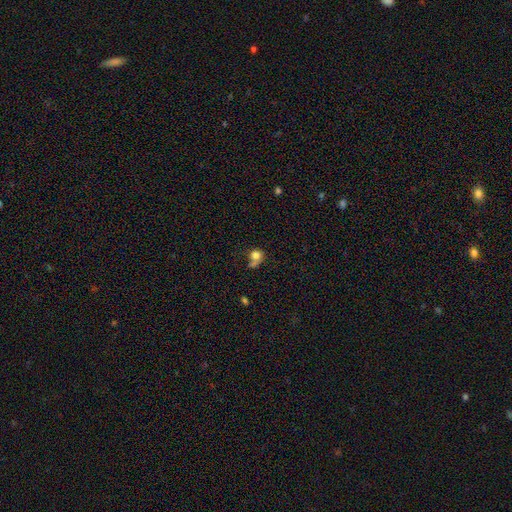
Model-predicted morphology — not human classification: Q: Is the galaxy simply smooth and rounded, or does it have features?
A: smooth — 74%.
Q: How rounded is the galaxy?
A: round — 66%.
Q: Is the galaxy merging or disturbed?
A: none — 31%.